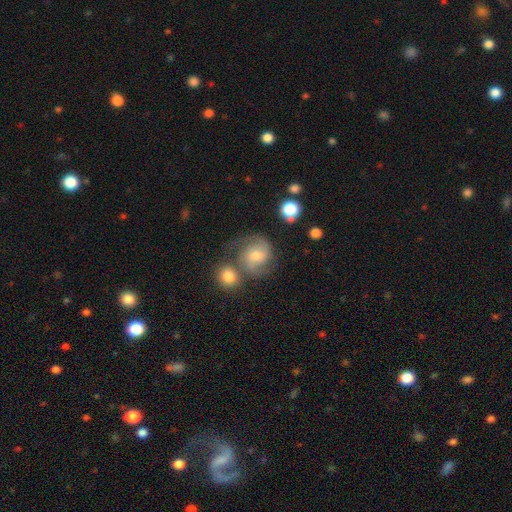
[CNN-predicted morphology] This is likely a featured or disk galaxy (69%). It is clearly not viewed edge-on (98%). Bar: possibly no (47%). Spiral arm pattern: clearly yes (94%). Spiral arm count: likely 2 (78%). Spiral winding: possibly medium (50%). Central bulge: possibly moderate (56%). Merging: possibly none (59%).